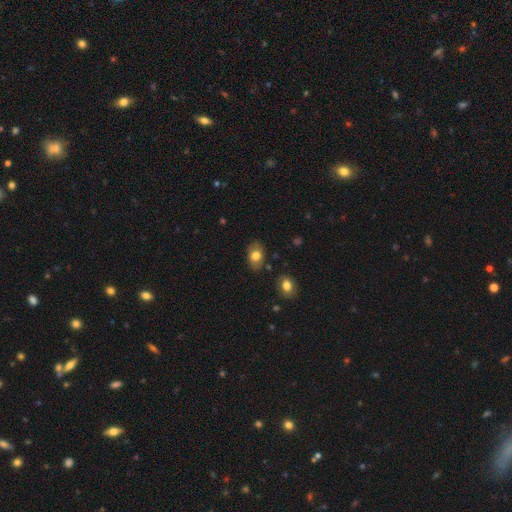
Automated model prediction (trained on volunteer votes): A smooth galaxy with no disk features (77%) that is in between round and cigar-shaped (79%). Merging: none (81%).